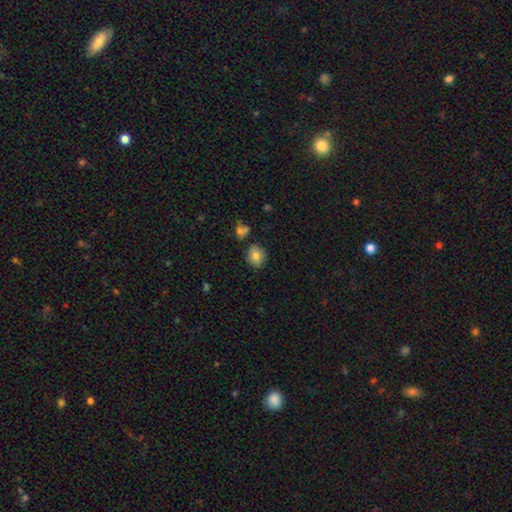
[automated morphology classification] Smooth or featured? smooth (80%)
How rounded? round (69%)
Merging? none (79%)